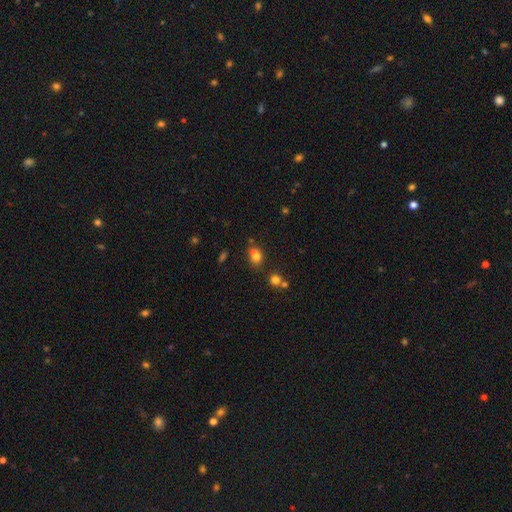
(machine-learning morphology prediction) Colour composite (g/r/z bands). It shows a smooth galaxy with no disk features (75%) that is in between round and cigar-shaped (54%). Merging: none (53%).